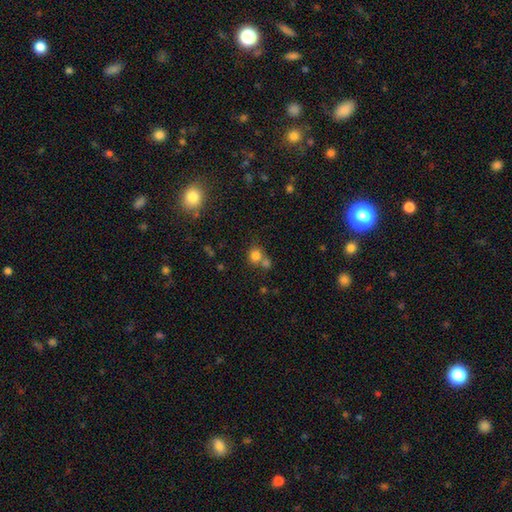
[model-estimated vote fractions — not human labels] A smooth galaxy with no disk features (78%) that is round (78%).

Vote fractions:
- Smooth or featured? smooth: 78% / star or artifact: 13% / featured or disk: 8%
- How rounded? round: 78% / in between: 20% / cigar-shaped: 1%
- Merging? none: 45% / merger: 43% / minor disturbance: 8% / major disturbance: 4%